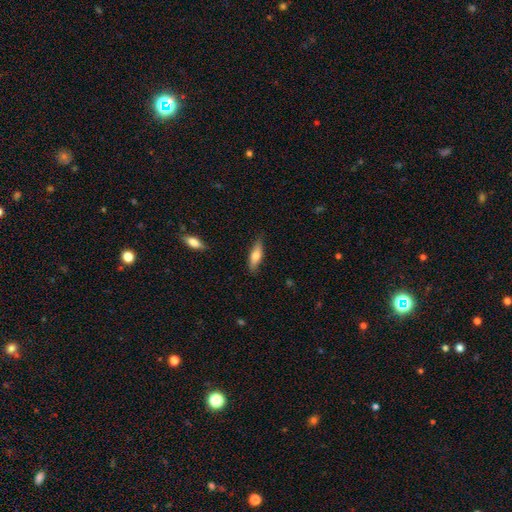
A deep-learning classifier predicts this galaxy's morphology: Q: Smooth or featured?
A: smooth (68%); runner-up: featured or disk (26%)
Q: How rounded?
A: cigar-shaped (53%); runner-up: in between (45%)
Q: Merging?
A: none (82%); runner-up: minor disturbance (14%)